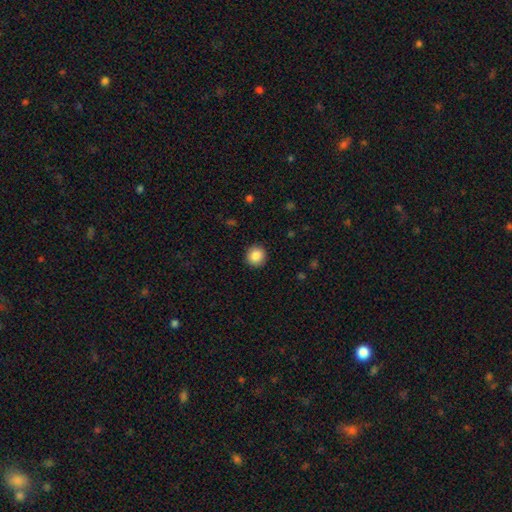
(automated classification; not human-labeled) smooth 87%, star or artifact 9%, featured or disk 4%. Down the decision tree: how rounded — round (92%); merging — none (92%).